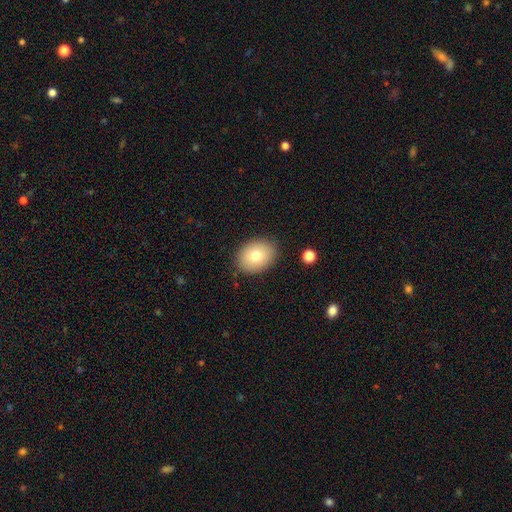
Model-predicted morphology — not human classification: type=smooth (76%); roundness=in between (61%); merging=none (87%).